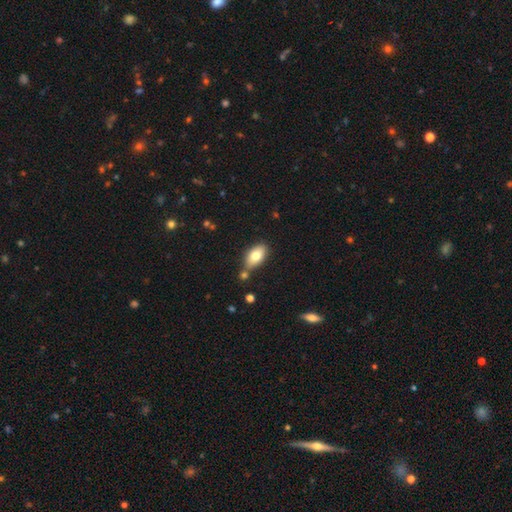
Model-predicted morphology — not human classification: Smooth or featured? smooth (77%)
How rounded? in between (92%)
Merging? none (69%)